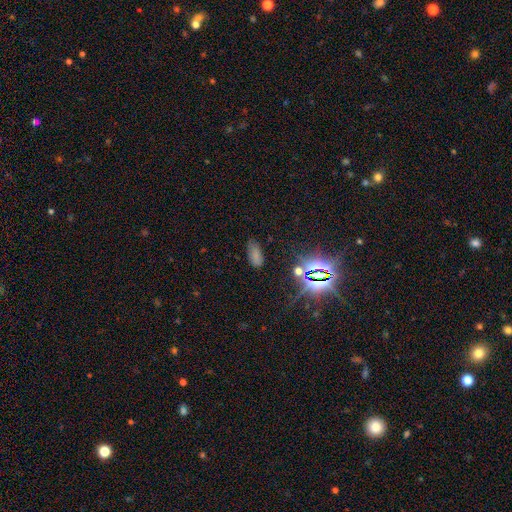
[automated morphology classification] smooth 65%, star or artifact 26%, featured or disk 9%. Down the decision tree: how rounded — in between (88%); merging — none (71%).